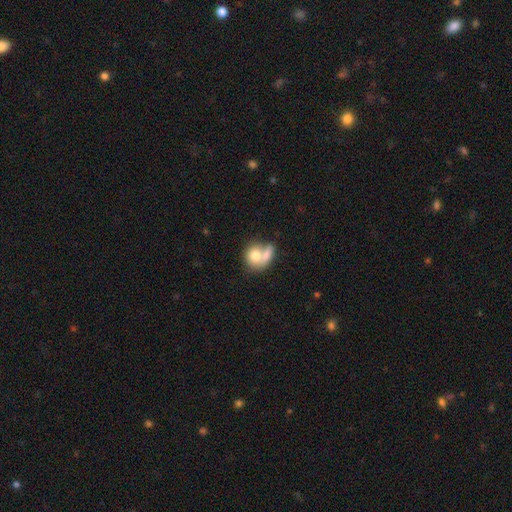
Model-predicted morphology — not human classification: This appears to be a smooth galaxy with no disk features (74%) that is round (62%). Merging: merger (58%).